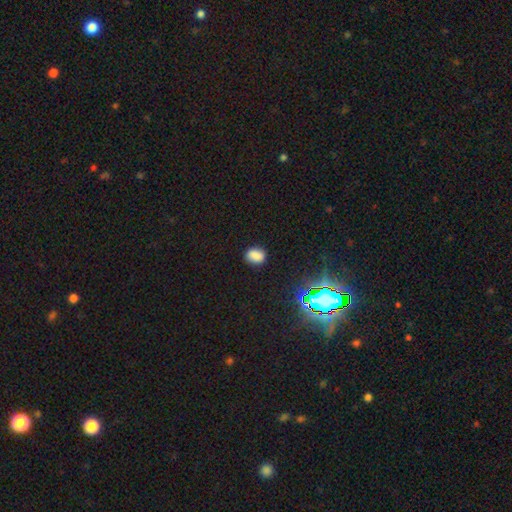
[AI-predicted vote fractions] Q: Smooth or featured?
A: smooth (80%); runner-up: star or artifact (14%)
Q: How rounded?
A: in between (60%); runner-up: round (38%)
Q: Merging?
A: none (82%); runner-up: minor disturbance (13%)